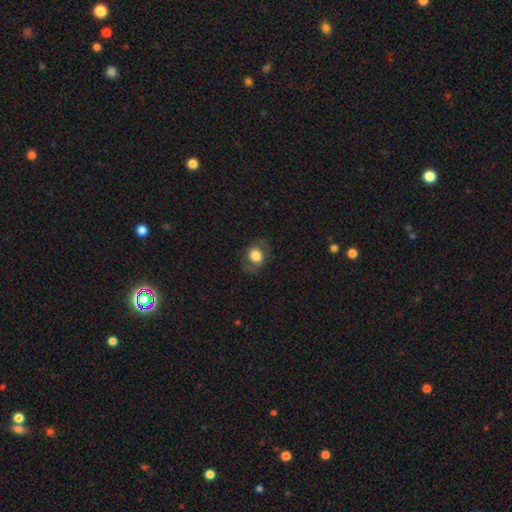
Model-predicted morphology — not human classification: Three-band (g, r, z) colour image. It shows a smooth galaxy with no disk features (70%) that is round (53%). Merging: none (72%).